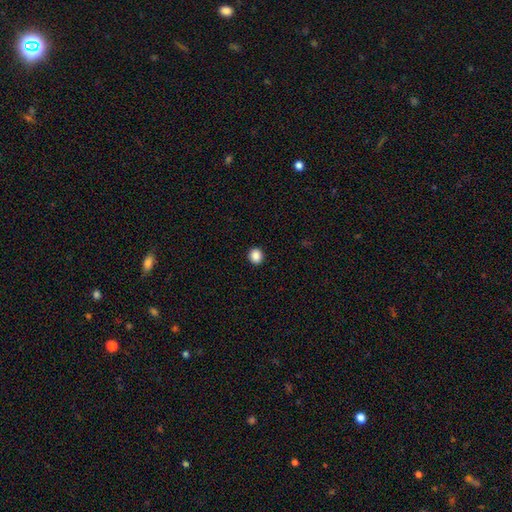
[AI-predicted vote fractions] Smooth or featured? Predicted: smooth (p=0.88). How rounded? Predicted: round (p=0.82). Merging? Predicted: none (p=0.93).